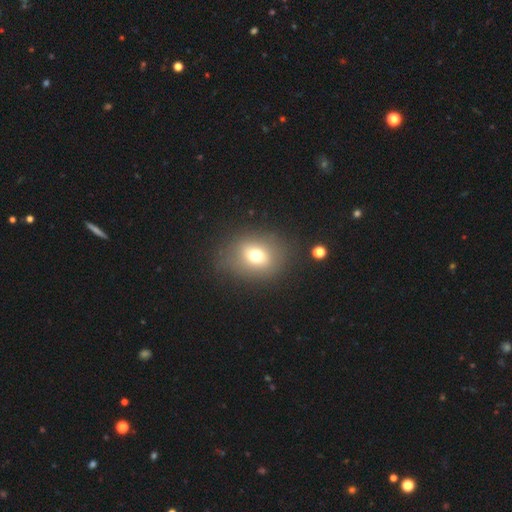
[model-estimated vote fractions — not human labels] Smooth or featured? Predicted: smooth (p=0.69). How rounded? Predicted: round (p=0.53). Merging? Predicted: none (p=0.78).